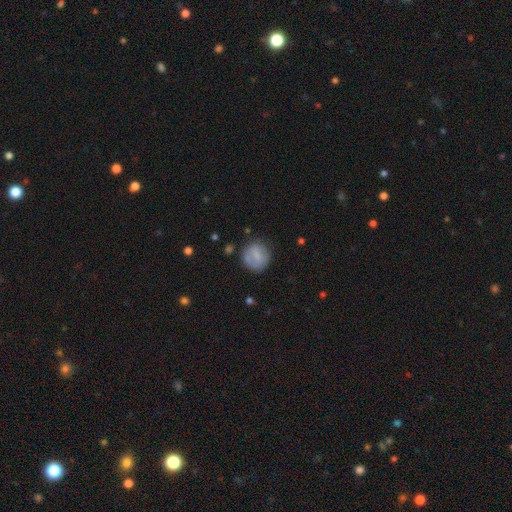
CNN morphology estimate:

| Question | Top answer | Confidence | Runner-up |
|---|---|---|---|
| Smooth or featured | smooth | 71% | featured or disk (20%) |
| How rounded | round | 87% | in between (12%) |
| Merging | none | 70% | minor disturbance (19%) |